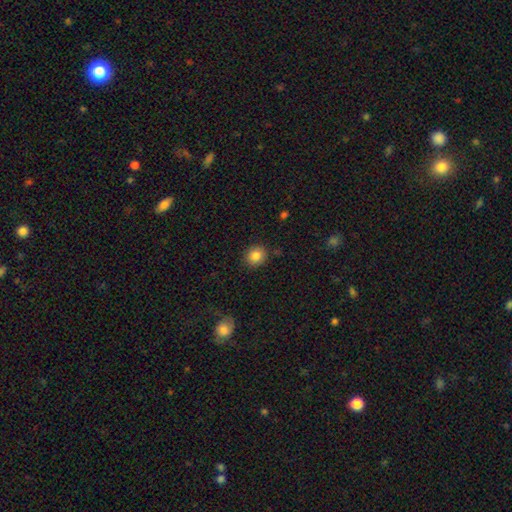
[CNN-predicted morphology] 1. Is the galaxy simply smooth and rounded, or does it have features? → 84% smooth, 10% star or artifact, 7% featured or disk.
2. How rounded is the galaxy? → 80% round, 19% in between, 1% cigar-shaped.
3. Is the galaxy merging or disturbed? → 88% none, 8% minor disturbance, 2% major disturbance, 2% merger.